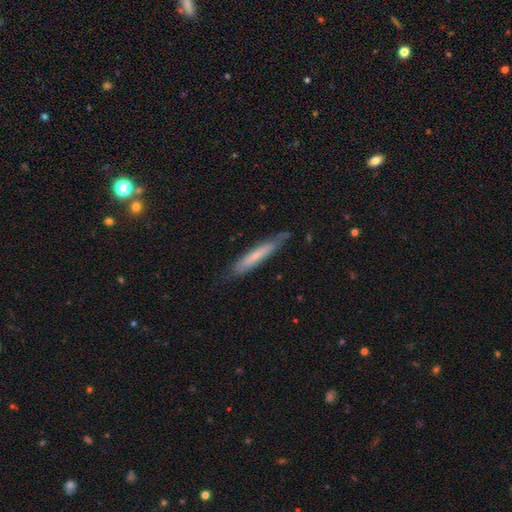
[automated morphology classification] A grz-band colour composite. It shows a smooth galaxy with no disk features (55%) that is cigar-shaped (92%). Merging: none (75%).